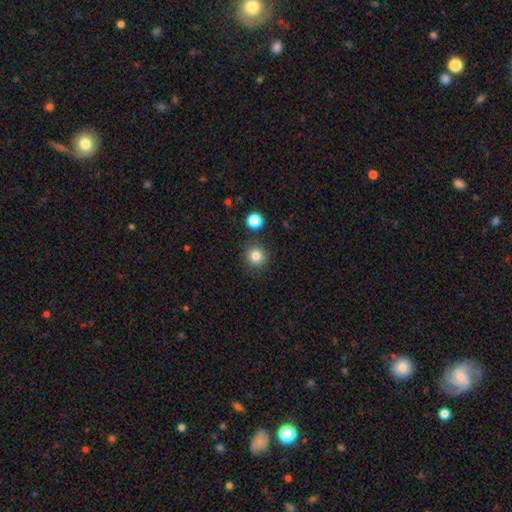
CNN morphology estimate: The model was most divided on "smooth or featured": smooth: 82%, star or artifact: 12%, featured or disk: 6%. More confident: how rounded — round (93%); merging — none (87%).